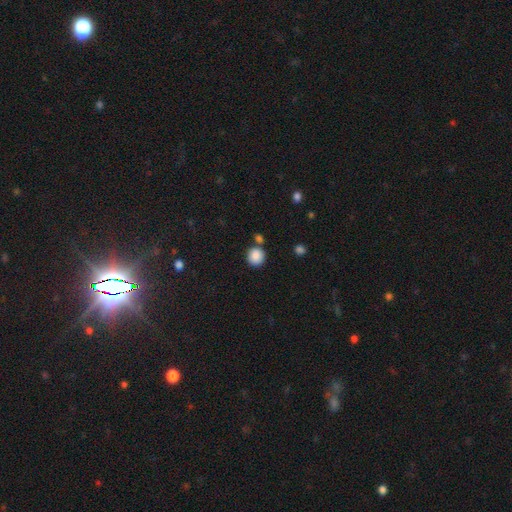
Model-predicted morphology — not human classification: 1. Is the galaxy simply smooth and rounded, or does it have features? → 87% smooth, 9% star or artifact, 4% featured or disk.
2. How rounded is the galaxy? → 91% round, 8% in between, 1% cigar-shaped.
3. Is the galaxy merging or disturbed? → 76% none, 12% merger, 9% minor disturbance, 3% major disturbance.